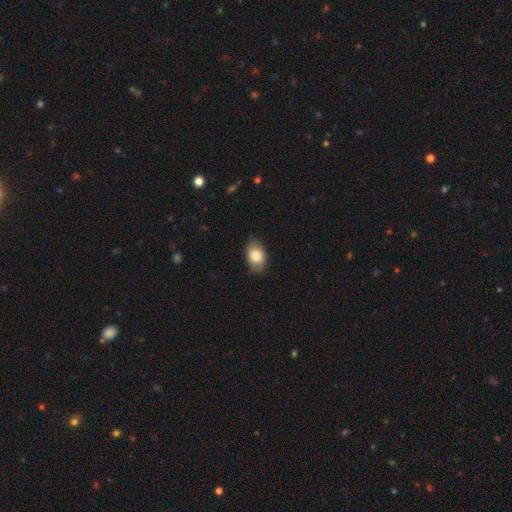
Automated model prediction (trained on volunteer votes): smooth_or_featured: smooth (p=0.84) [alt: featured or disk p=0.09]
how_rounded: in between (p=0.87) [alt: round p=0.12]
merging: none (p=0.82) [alt: minor disturbance p=0.14]